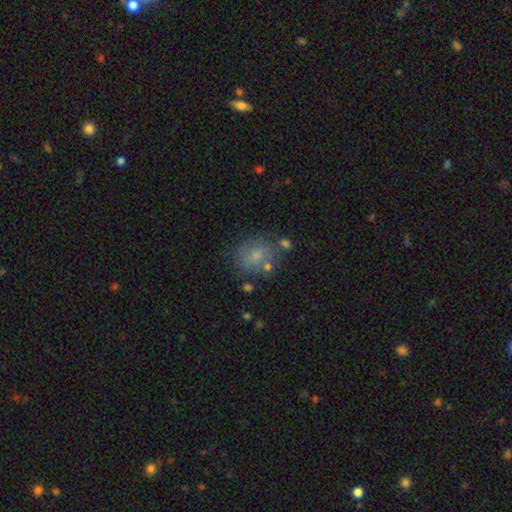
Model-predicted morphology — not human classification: smooth 69%, featured or disk 18%, star or artifact 13%. Down the decision tree: how rounded — round (60%); merging — none (63%).